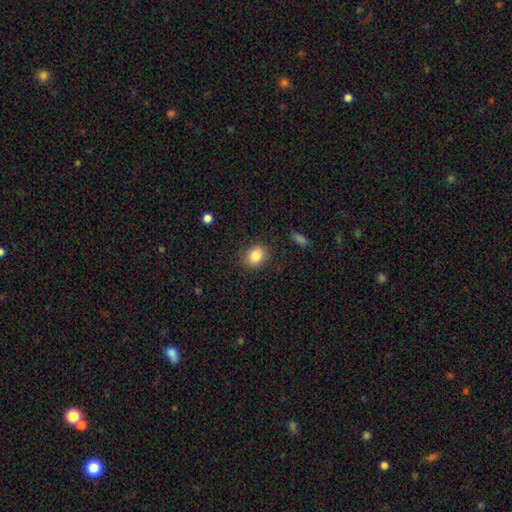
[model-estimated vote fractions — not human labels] The model was most divided on "how rounded": in between: 53%, round: 46%, cigar-shaped: 1%. More confident: smooth or featured — smooth (85%); merging — none (84%).